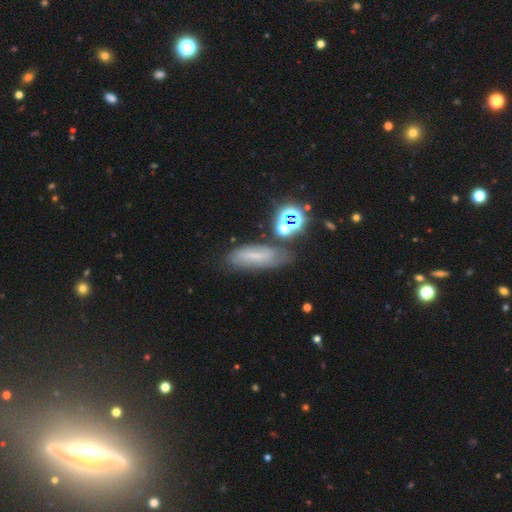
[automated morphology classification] Smooth or featured? Predicted: smooth (p=0.42). Merging? Predicted: none (p=0.63).